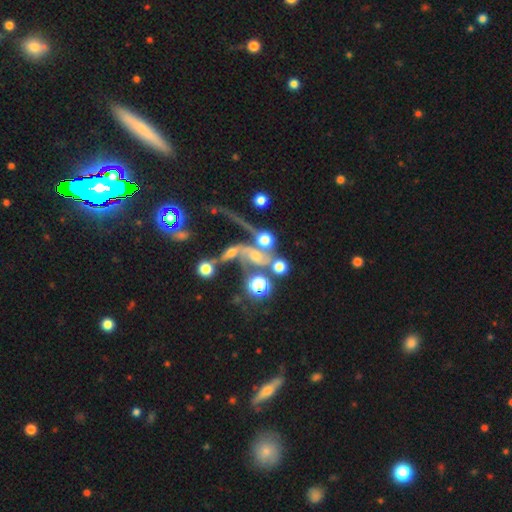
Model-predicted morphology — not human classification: Smooth or featured: featured or disk — 57% (smooth — 22%)
Edge-on disk: no — 88% (yes — 12%)
Merging: merger — 38% (none — 26%)